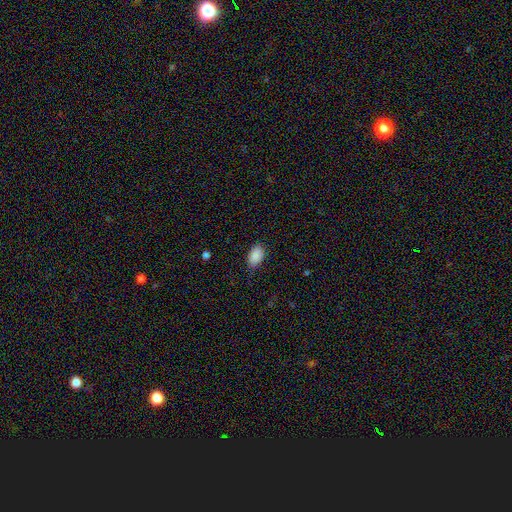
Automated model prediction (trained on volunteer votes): This is clearly a smooth galaxy (89%). How rounded: clearly in between (91%). Merging: likely none (75%).